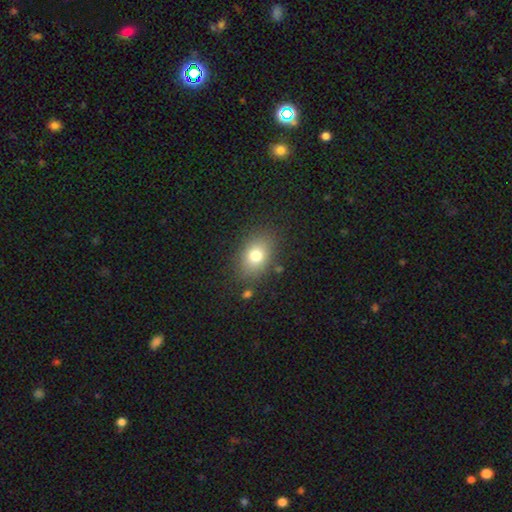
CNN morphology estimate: This is likely a smooth galaxy (77%). How rounded: likely in between (70%). Merging: clearly none (82%).